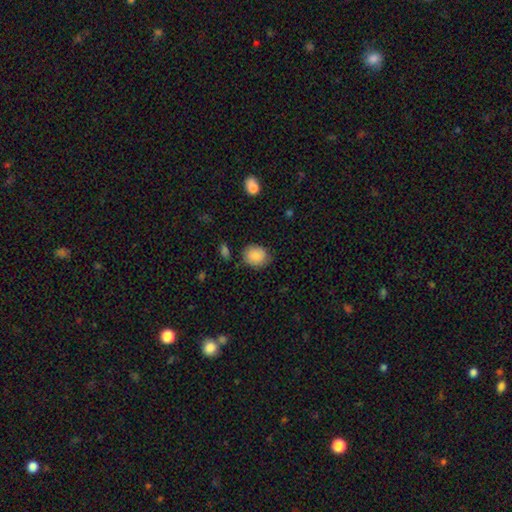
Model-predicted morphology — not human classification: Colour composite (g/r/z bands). It shows a smooth galaxy with no disk features (86%) that is round (66%). Merging: none (77%).